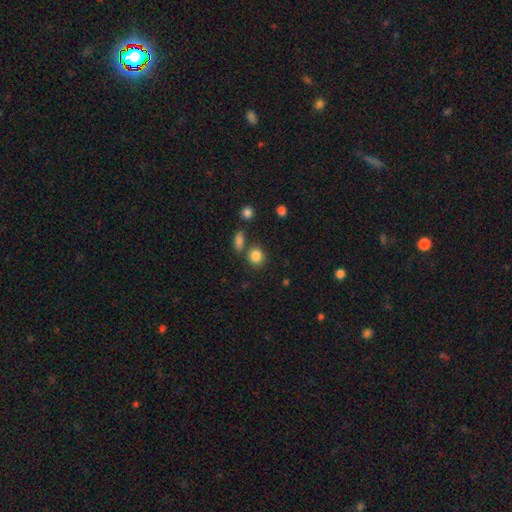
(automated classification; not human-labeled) Morphology: type=smooth (85%); roundness=round (77%); merging=none (72%).